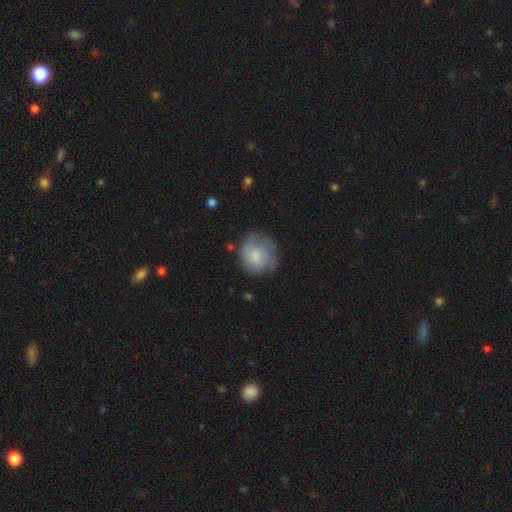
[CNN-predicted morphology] smooth-or-featured: smooth: 62% | featured or disk: 31% | star or artifact: 7%
  how-rounded: round: 83% | in between: 16% | cigar-shaped: 1%
  merging: none: 59% | minor disturbance: 25% | major disturbance: 14% | merger: 2%